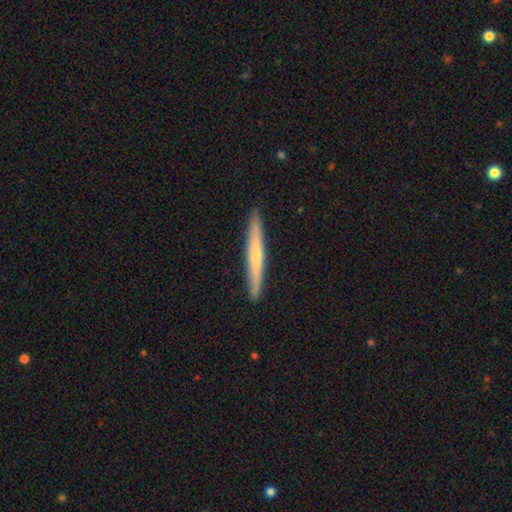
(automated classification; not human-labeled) Smooth or featured: smooth — 51% (featured or disk — 43%)
How rounded: cigar-shaped — 97% (in between — 2%)
Merging: none — 92% (minor disturbance — 6%)